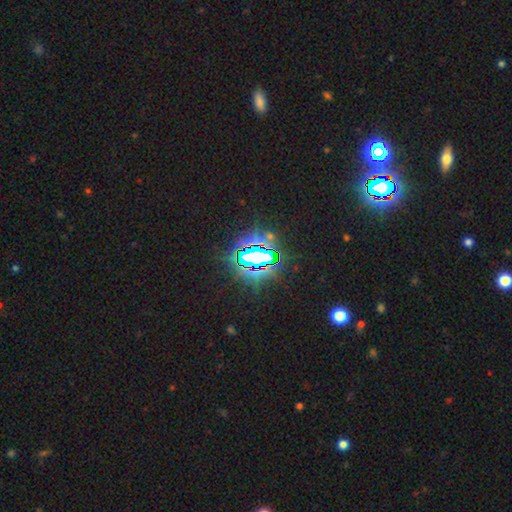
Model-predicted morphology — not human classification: A star or artifact, not a galaxy (77%).

Vote fractions:
- Smooth or featured? star or artifact: 77% / smooth: 12% / featured or disk: 11%